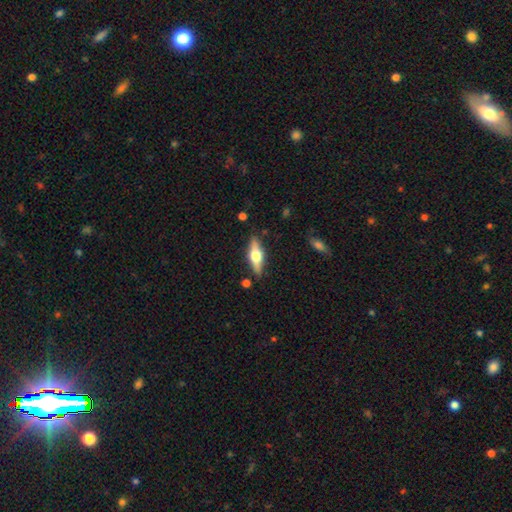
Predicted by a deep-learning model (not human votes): Q: Smooth or featured?
A: featured or disk (58%); runner-up: smooth (36%)
Q: Edge-on disk?
A: yes (93%); runner-up: no (7%)
Q: Edge-on bulge?
A: rounded (95%); runner-up: boxy (4%)
Q: Merging?
A: none (85%); runner-up: minor disturbance (10%)